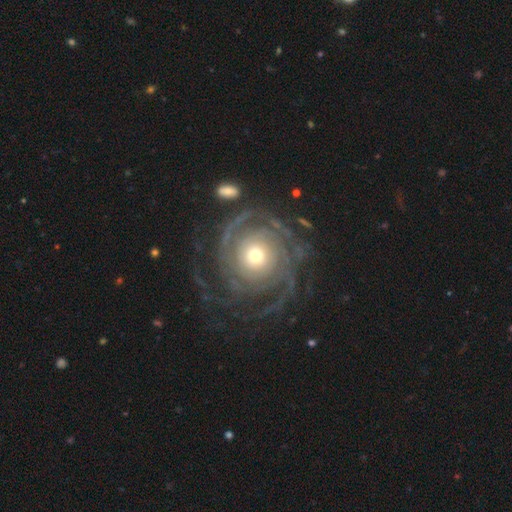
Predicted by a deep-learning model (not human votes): Smooth or featured? featured or disk (88%)
Edge-on disk? no (97%)
Bar? no (81%)
Spiral arms? yes (95%)
Spiral winding? tight (67%)
Spiral arm count? can't tell (25%)
Bulge size? moderate (52%)
Merging? none (67%)